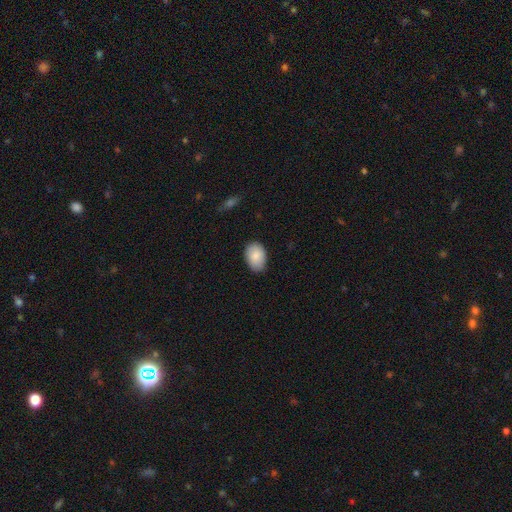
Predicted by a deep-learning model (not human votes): Overall: smooth (86%). How rounded: in between (86%). Merging: none (84%).